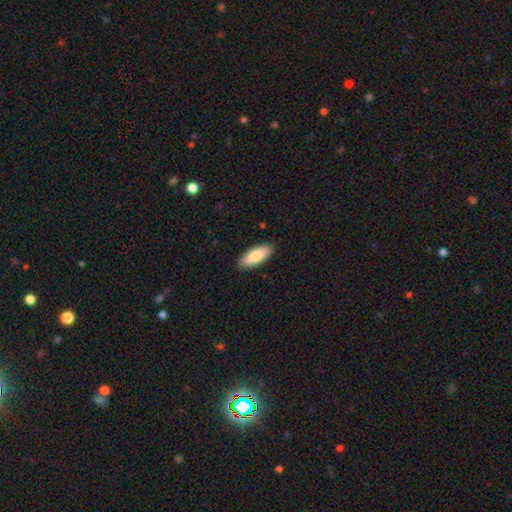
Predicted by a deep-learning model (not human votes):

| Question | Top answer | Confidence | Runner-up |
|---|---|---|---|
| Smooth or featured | smooth | 86% | featured or disk (8%) |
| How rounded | in between | 74% | cigar-shaped (24%) |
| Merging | none | 89% | minor disturbance (9%) |